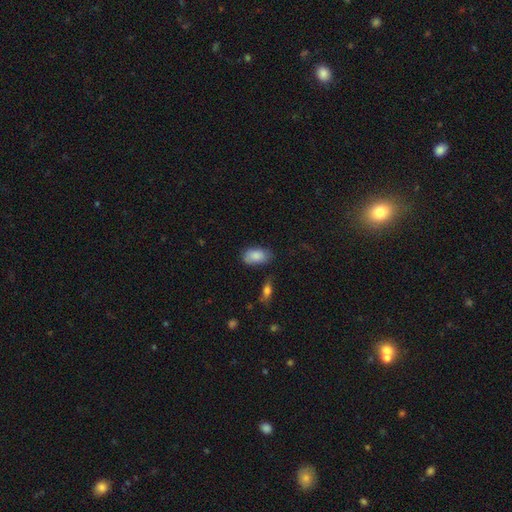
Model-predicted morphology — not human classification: Smooth or featured? smooth (85%)
How rounded? in between (92%)
Merging? none (70%)